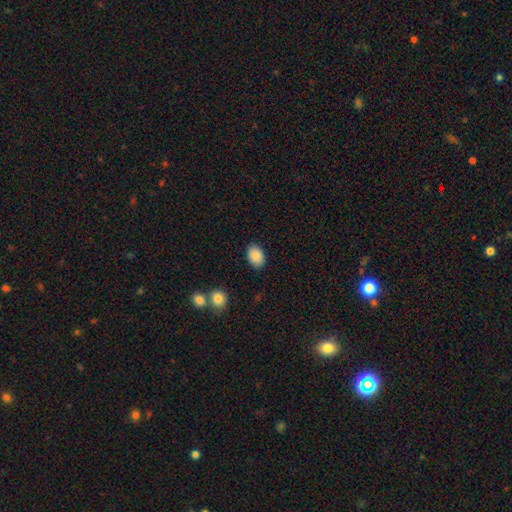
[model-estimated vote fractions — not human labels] Smooth or featured?
  - smooth: 89% *
  - star or artifact: 7%
  - featured or disk: 4%
How rounded?
  - in between: 82% *
  - round: 17%
  - cigar-shaped: 1%
Merging?
  - none: 87% *
  - minor disturbance: 9%
  - major disturbance: 2%
  - merger: 2%